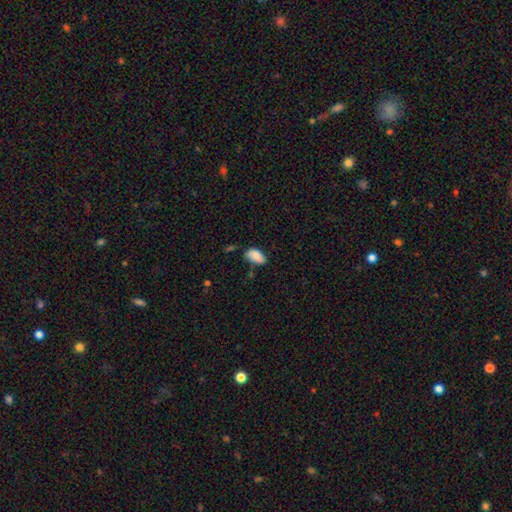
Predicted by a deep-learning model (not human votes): smooth-or-featured: smooth: 83% | featured or disk: 9% | star or artifact: 7%
  how-rounded: in between: 94% | round: 4% | cigar-shaped: 2%
  merging: none: 60% | minor disturbance: 28% | merger: 6% | major disturbance: 6%